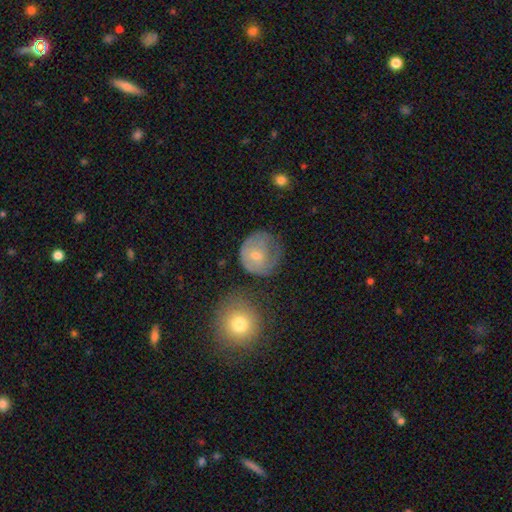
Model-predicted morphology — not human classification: This is possibly a smooth galaxy (56%). How rounded: likely round (79%). Merging: possibly none (46%).